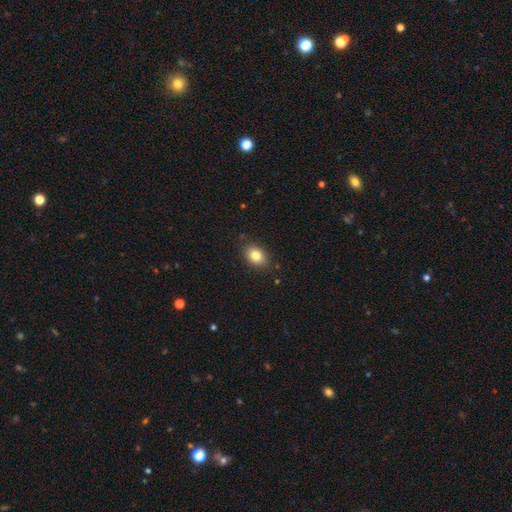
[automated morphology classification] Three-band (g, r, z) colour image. It shows a smooth galaxy with no disk features (82%) that is in between round and cigar-shaped (74%). Merging: none (86%).